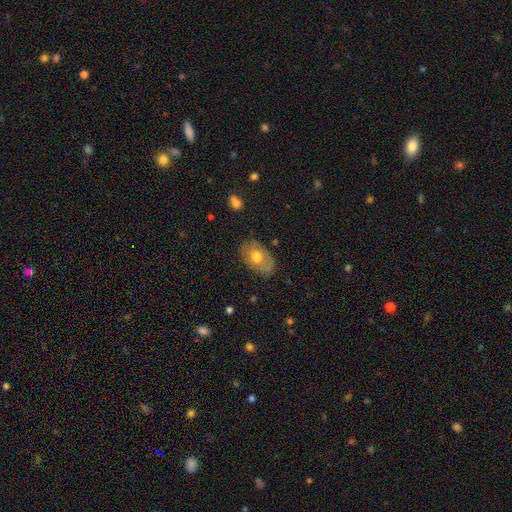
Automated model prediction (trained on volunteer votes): Smooth or featured?
  - smooth: 51% *
  - featured or disk: 42%
  - star or artifact: 7%
How rounded?
  - in between: 84% *
  - round: 15%
  - cigar-shaped: 1%
Merging?
  - none: 75% *
  - minor disturbance: 18%
  - major disturbance: 5%
  - merger: 2%